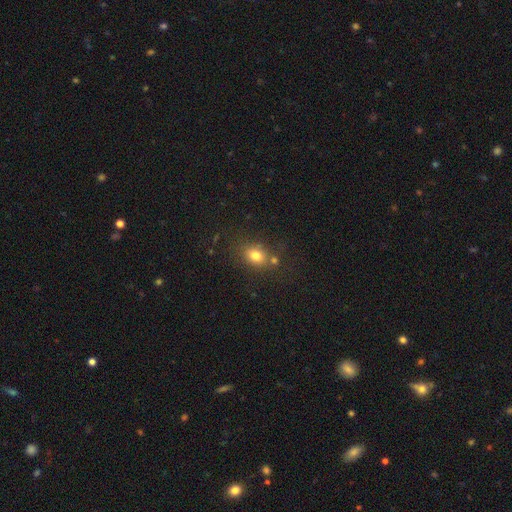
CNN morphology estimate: smooth 77%, star or artifact 14%, featured or disk 10%. Down the decision tree: how rounded — in between (50%); merging — none (67%).